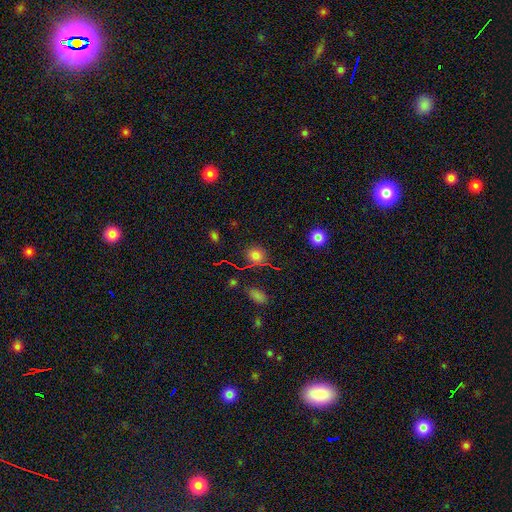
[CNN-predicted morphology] This is likely a smooth galaxy (72%). How rounded: clearly round (86%). Merging: clearly none (82%).